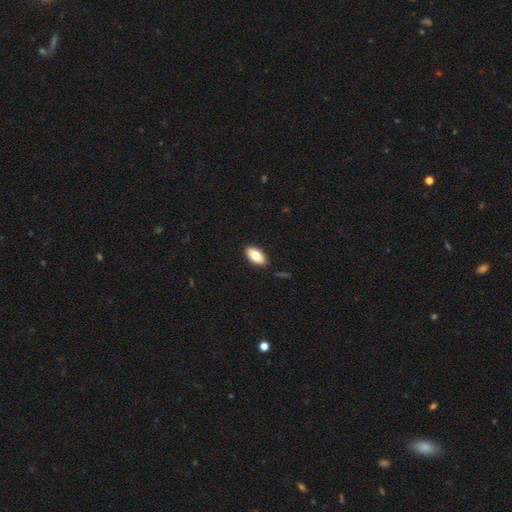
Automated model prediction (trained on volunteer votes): smooth_or_featured: smooth (p=0.78) [alt: featured or disk p=0.16]
how_rounded: in between (p=0.90) [alt: cigar-shaped p=0.07]
merging: none (p=0.89) [alt: minor disturbance p=0.08]